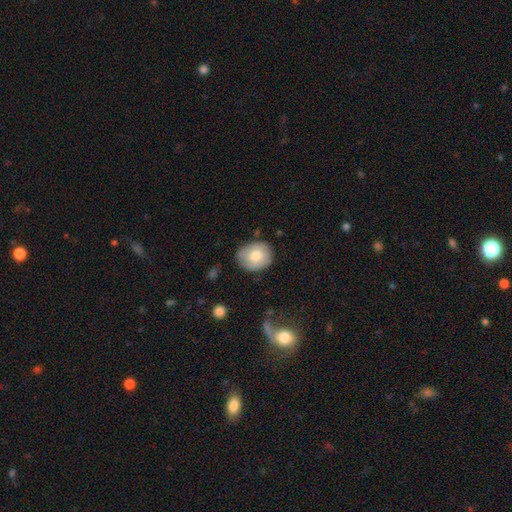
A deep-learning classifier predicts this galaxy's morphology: The model was most divided on "how rounded": round: 67%, in between: 32%, cigar-shaped: 1%. More confident: merging — none (77%); smooth or featured — smooth (67%).